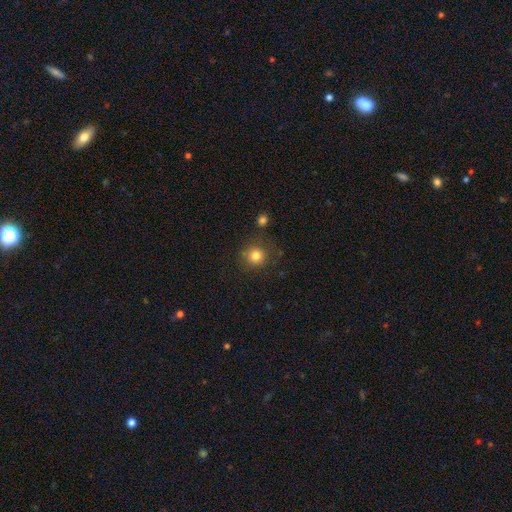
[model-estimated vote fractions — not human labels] smooth 82%, star or artifact 12%, featured or disk 6%. Down the decision tree: how rounded — round (92%); merging — none (80%).